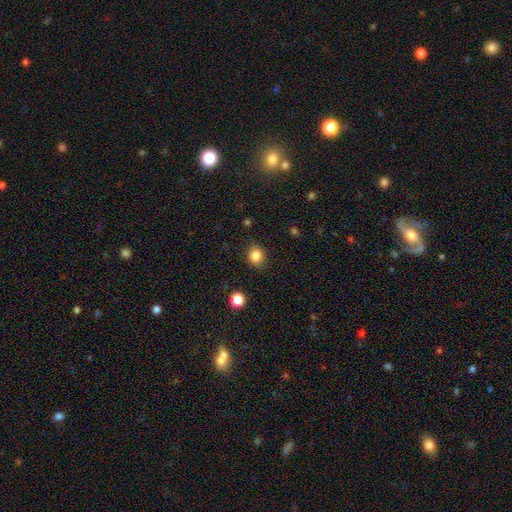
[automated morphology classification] Smooth or featured? smooth (84%)
How rounded? round (68%)
Merging? none (87%)